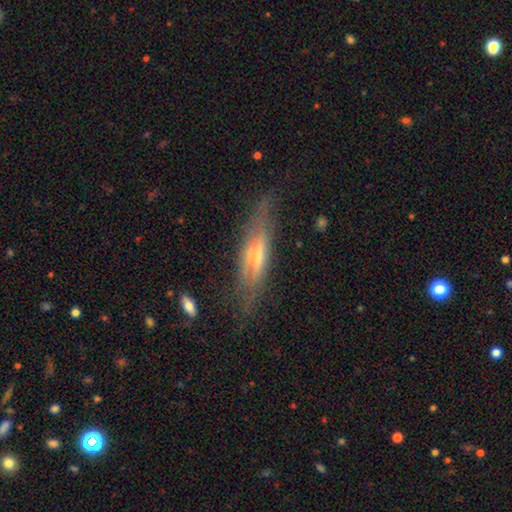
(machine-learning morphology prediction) Smooth or featured? featured or disk (64%)
Edge-on disk? yes (86%)
Edge-on bulge? rounded (66%)
Merging? none (68%)